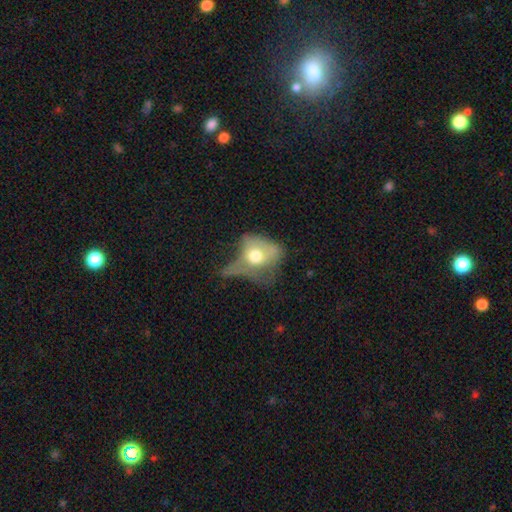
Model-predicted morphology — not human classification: Overall: smooth (55%; featured or disk 35%). How rounded: in between (62%; round 36%). Merging: major disturbance (54%; minor disturbance 20%).